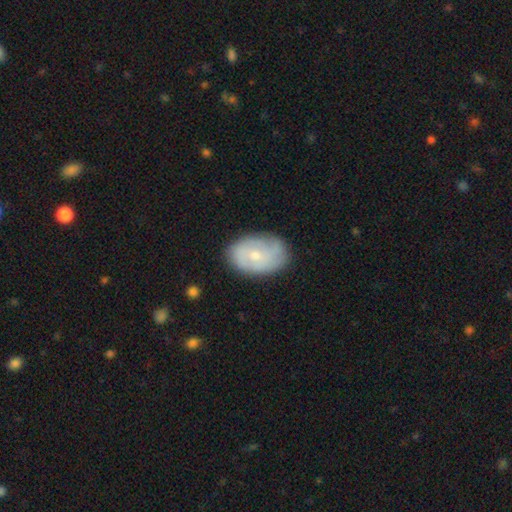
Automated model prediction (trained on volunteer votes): featured or disk 53%, smooth 40%, star or artifact 7%. Down the decision tree: edge-on disk — no (96%); bar — no (77%); spiral arms — yes (73%); bulge size — small (62%); merging — none (73%).